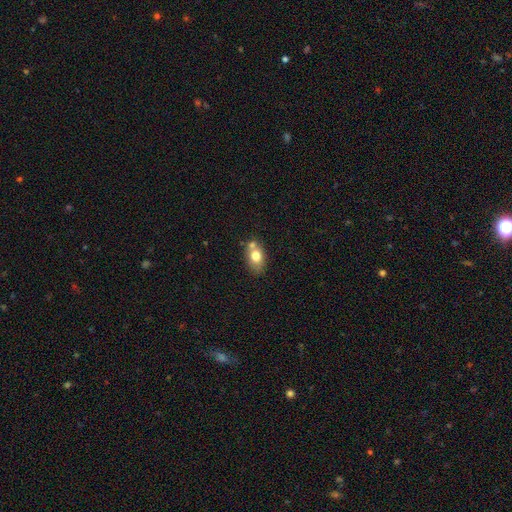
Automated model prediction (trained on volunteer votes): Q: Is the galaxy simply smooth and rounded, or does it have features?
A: smooth — 73%.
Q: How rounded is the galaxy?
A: in between — 78%.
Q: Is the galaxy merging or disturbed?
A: none — 51%.